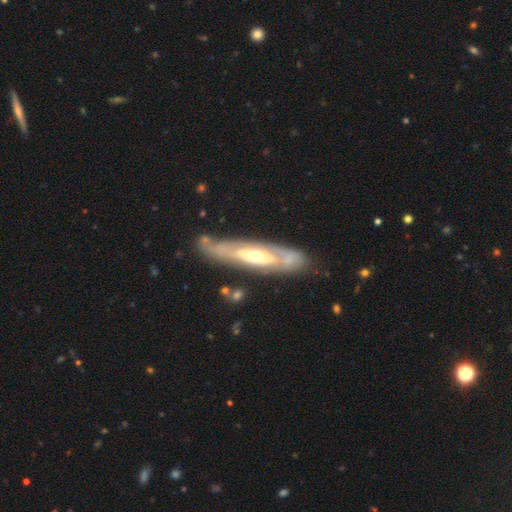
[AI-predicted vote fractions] smooth_or_featured: featured or disk (p=0.75) [alt: smooth p=0.21]
disk_edge_on: no (p=0.61) [alt: yes p=0.39]
merging: none (p=0.75) [alt: minor disturbance p=0.16]